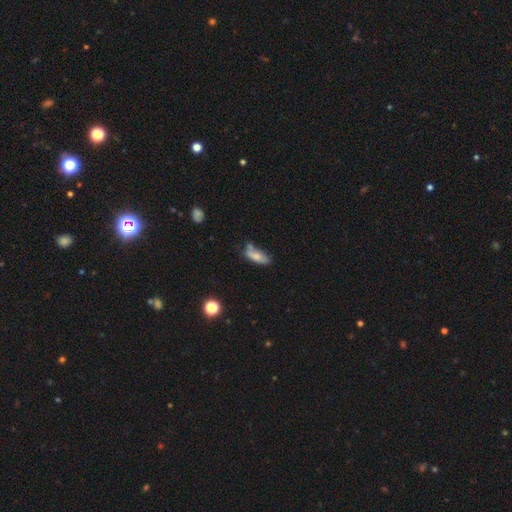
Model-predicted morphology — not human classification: smooth_or_featured: smooth (p=0.69) [alt: featured or disk p=0.23]
how_rounded: in between (p=0.66) [alt: cigar-shaped p=0.31]
merging: none (p=0.46) [alt: minor disturbance p=0.30]